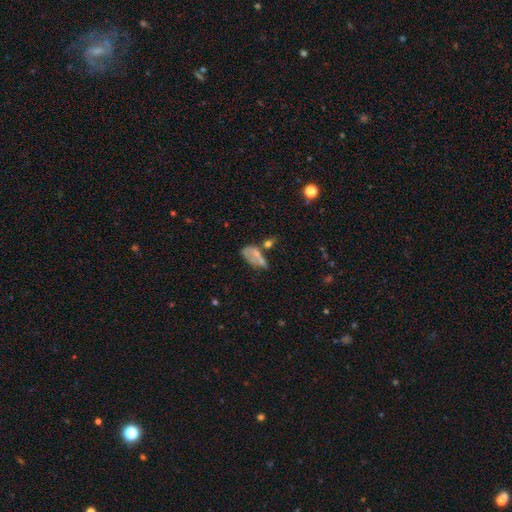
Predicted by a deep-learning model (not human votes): smooth_or_featured: smooth (p=0.54) [alt: featured or disk p=0.33]
how_rounded: in between (p=0.84) [alt: cigar-shaped p=0.08]
merging: merger (p=0.28) [alt: major disturbance p=0.27]